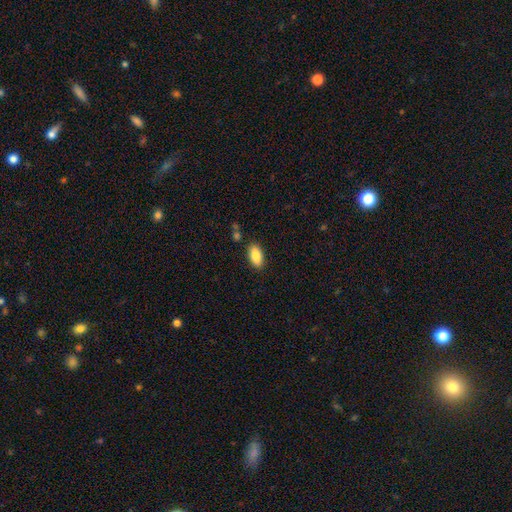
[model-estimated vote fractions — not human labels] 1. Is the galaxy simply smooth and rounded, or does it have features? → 87% smooth, 7% star or artifact, 6% featured or disk.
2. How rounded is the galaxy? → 92% in between, 5% cigar-shaped, 3% round.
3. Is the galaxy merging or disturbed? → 85% none, 10% minor disturbance, 3% merger, 2% major disturbance.